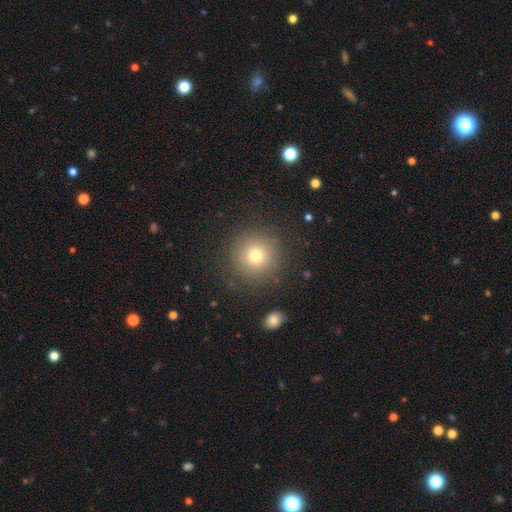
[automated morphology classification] Smooth or featured? smooth (73%)
How rounded? round (95%)
Merging? none (87%)